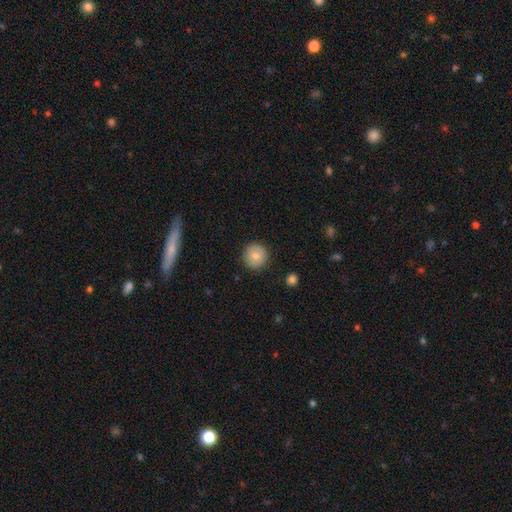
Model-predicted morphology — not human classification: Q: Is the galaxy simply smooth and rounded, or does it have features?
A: smooth — 81%.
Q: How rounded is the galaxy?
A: round — 95%.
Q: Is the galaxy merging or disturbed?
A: none — 90%.